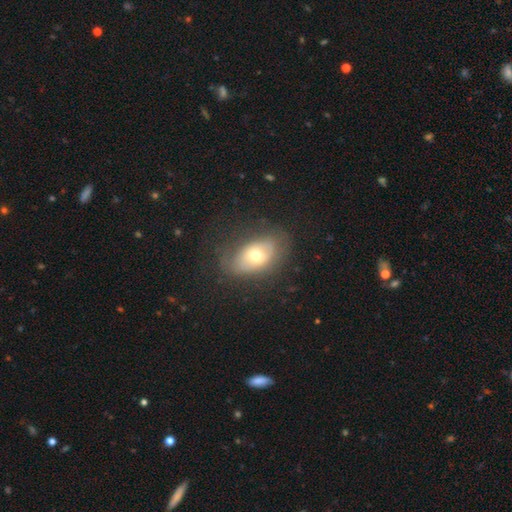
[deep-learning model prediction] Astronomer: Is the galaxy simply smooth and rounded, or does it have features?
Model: smooth — 54% (runner-up: featured or disk, 37%).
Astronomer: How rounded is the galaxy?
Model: in between — 87%.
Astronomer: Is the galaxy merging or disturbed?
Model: none — 70%.